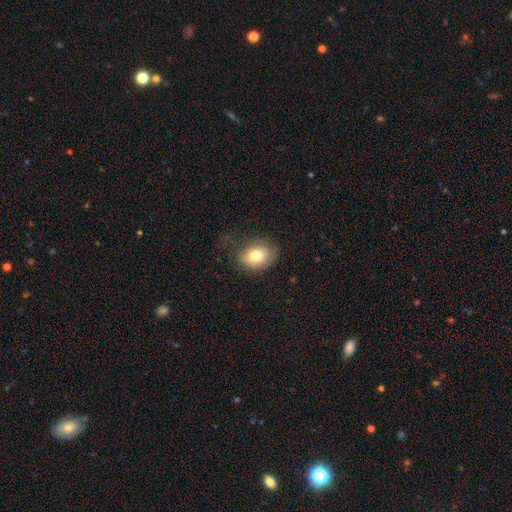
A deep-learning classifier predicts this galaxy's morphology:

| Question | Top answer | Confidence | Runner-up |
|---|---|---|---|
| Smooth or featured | smooth | 74% | featured or disk (17%) |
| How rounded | in between | 65% | round (34%) |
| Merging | none | 60% | minor disturbance (25%) |